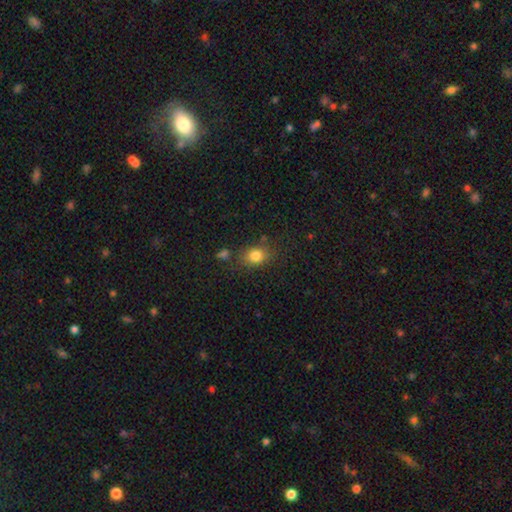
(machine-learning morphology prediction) type=smooth (81%); roundness=in between (52%); merging=none (73%).